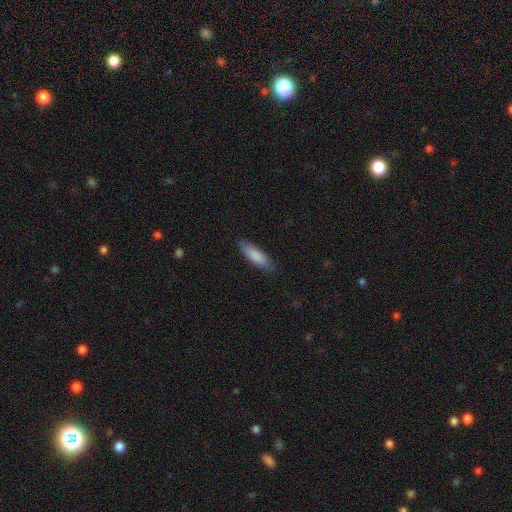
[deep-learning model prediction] This is clearly a smooth galaxy (86%). How rounded: possibly cigar-shaped (54%). Merging: clearly none (84%).